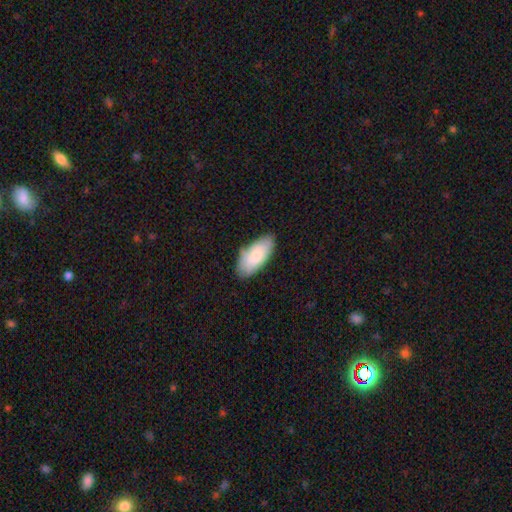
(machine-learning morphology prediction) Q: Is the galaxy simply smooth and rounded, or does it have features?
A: smooth — 81%.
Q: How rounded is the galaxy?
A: in between — 90%.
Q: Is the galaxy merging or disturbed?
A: none — 75%.